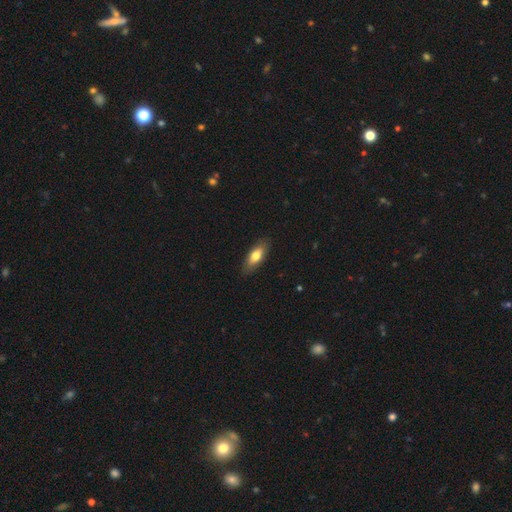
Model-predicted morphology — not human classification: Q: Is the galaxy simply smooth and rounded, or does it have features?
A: smooth — 72%.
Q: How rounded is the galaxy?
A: in between — 76%.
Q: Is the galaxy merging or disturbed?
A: none — 85%.